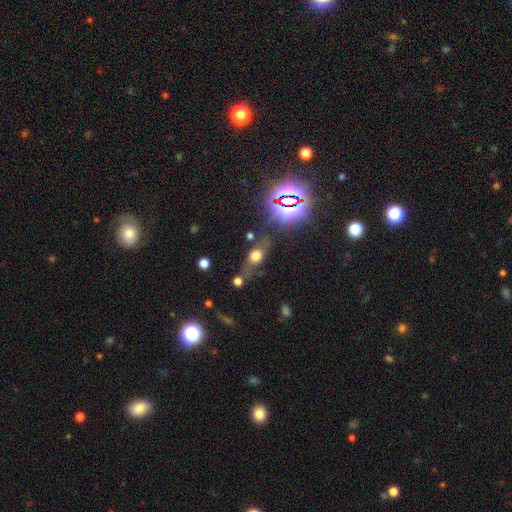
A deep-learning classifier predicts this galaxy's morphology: This is possibly a smooth galaxy (51%). How rounded: possibly in between (57%). Merging: possibly none (59%).